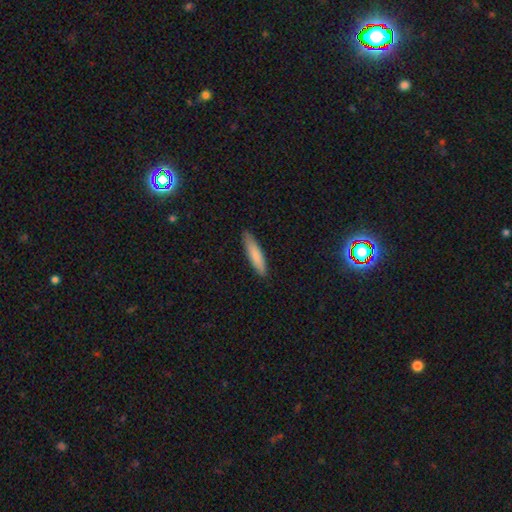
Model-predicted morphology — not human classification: Smooth or featured? smooth (83%)
How rounded? cigar-shaped (80%)
Merging? none (84%)